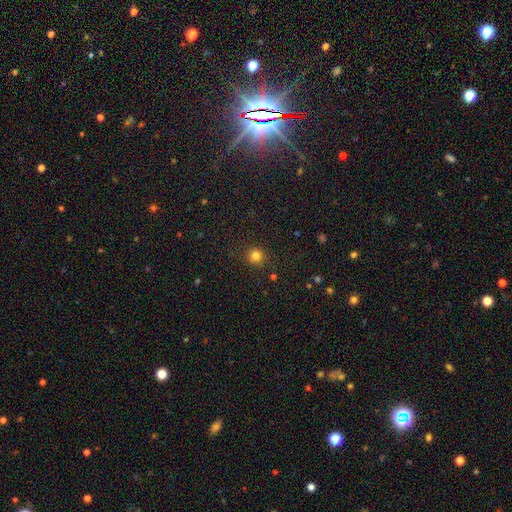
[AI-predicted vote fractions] Smooth or featured: smooth — 81% (star or artifact — 15%)
How rounded: round — 90% (in between — 9%)
Merging: none — 86% (minor disturbance — 8%)